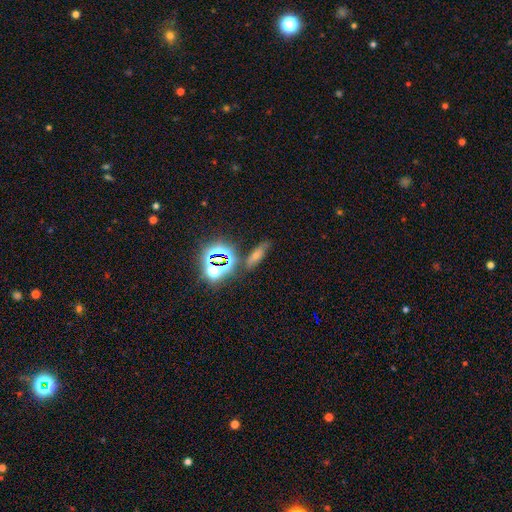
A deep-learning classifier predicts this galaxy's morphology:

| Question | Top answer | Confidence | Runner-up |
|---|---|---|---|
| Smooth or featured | smooth | 51% | star or artifact (31%) |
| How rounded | in between | 49% | cigar-shaped (41%) |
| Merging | none | 71% | minor disturbance (16%) |